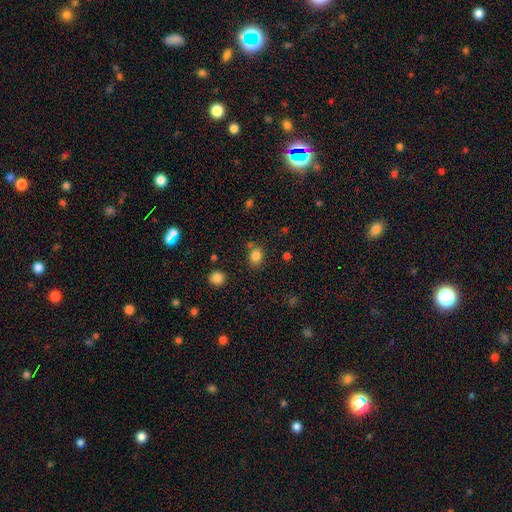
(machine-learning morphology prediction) Overall: smooth (83%). How rounded: round (50%; in between 49%). Merging: none (73%).